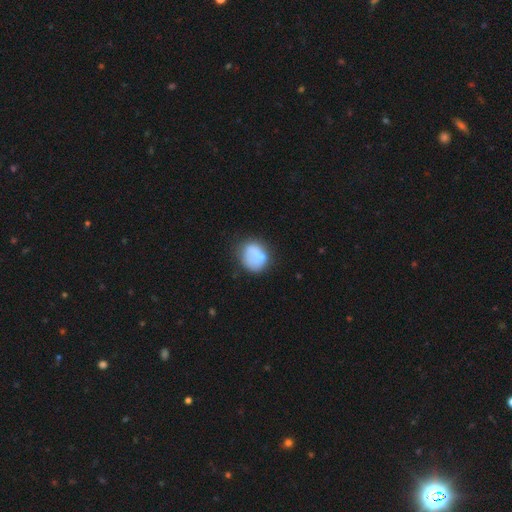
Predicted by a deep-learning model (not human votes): Smooth or featured: smooth — 66% (featured or disk — 26%)
How rounded: round — 69% (in between — 30%)
Merging: none — 49% (minor disturbance — 23%)